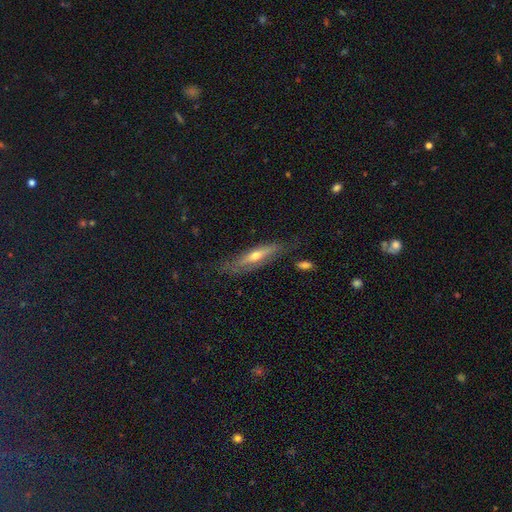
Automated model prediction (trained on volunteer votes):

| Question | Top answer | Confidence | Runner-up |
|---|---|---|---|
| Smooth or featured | featured or disk | 56% | smooth (37%) |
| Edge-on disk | yes | 78% | no (22%) |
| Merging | none | 70% | minor disturbance (20%) |